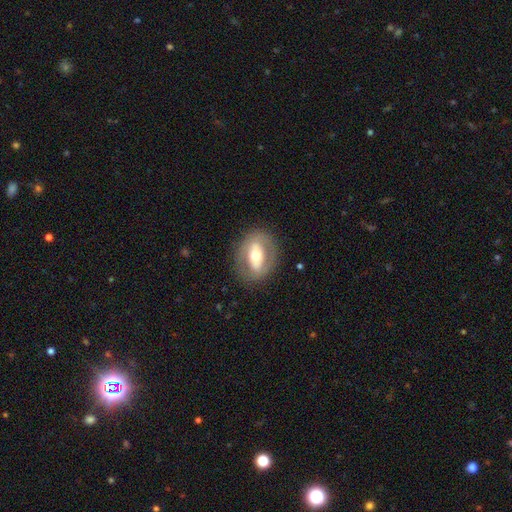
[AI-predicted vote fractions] A featured or disk galaxy (52%). Merging: none (80%).